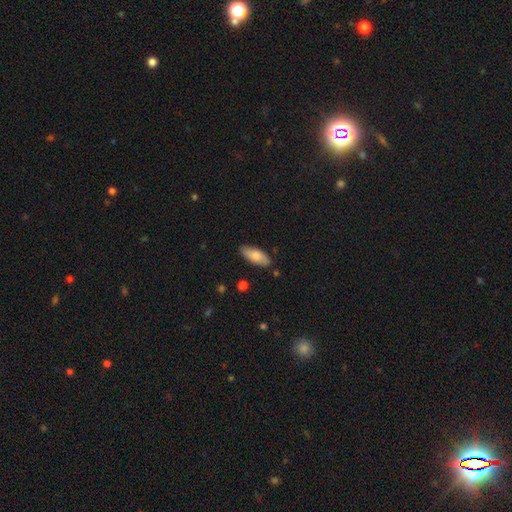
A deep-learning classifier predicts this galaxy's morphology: Q: Smooth or featured?
A: smooth (79%); runner-up: featured or disk (15%)
Q: How rounded?
A: in between (78%); runner-up: cigar-shaped (20%)
Q: Merging?
A: none (84%); runner-up: minor disturbance (12%)